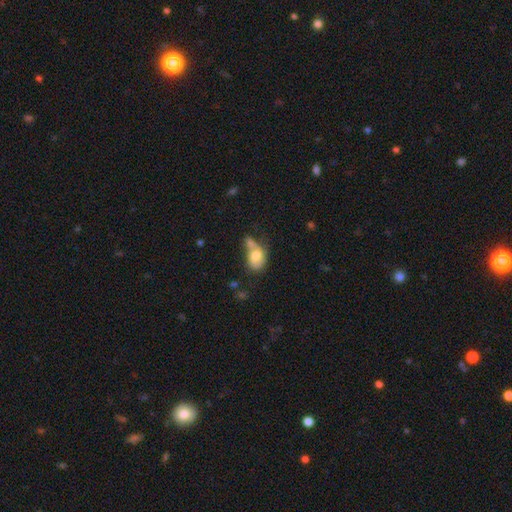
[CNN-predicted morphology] smooth 53%, featured or disk 39%, star or artifact 8%. Down the decision tree: how rounded — in between (78%); merging — merger (40%).